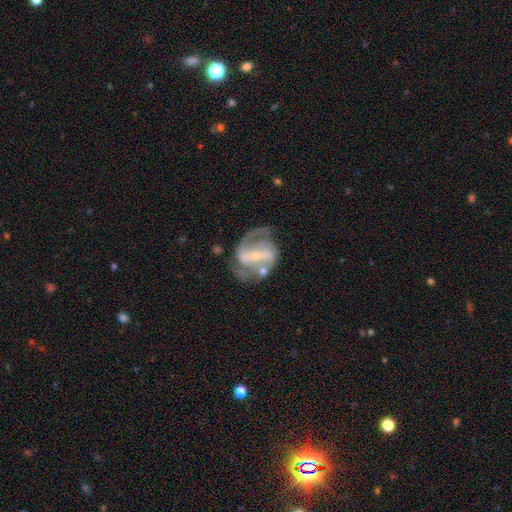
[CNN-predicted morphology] Smooth or featured? Predicted: featured or disk (p=0.88). Edge-on disk? Predicted: no (p=0.97). Bar? Predicted: strong (p=0.64). Spiral arms? Predicted: yes (p=0.94). Spiral winding? Predicted: medium (p=0.54). Spiral arm count? Predicted: 2 (p=0.84). Bulge size? Predicted: small (p=0.67). Merging? Predicted: none (p=0.63).